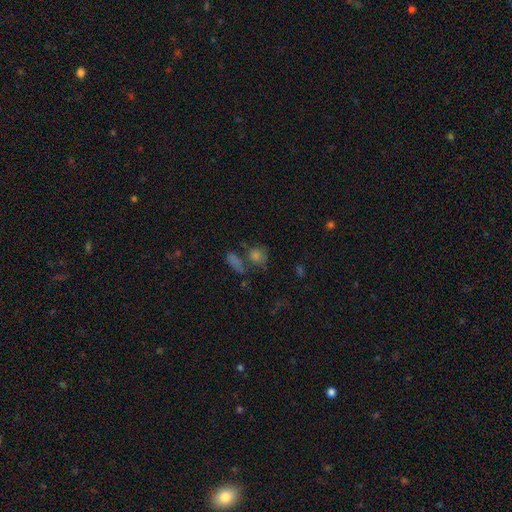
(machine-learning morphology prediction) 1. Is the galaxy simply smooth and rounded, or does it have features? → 57% smooth, 27% star or artifact, 16% featured or disk.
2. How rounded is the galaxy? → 66% round, 31% in between, 3% cigar-shaped.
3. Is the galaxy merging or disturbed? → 55% none, 24% merger, 13% minor disturbance, 8% major disturbance.